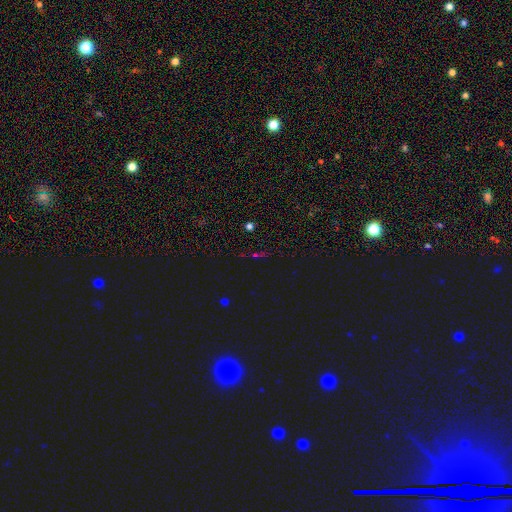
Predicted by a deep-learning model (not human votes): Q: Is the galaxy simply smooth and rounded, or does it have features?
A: star or artifact — 66%.